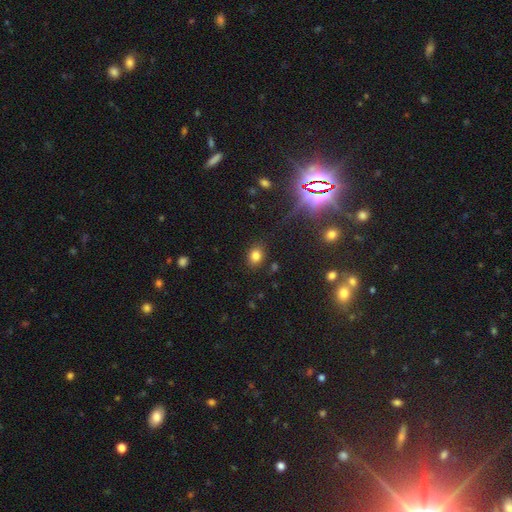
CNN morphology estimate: A smooth galaxy with no disk features (80%) that is in between round and cigar-shaped (50%). Merging: none (85%).